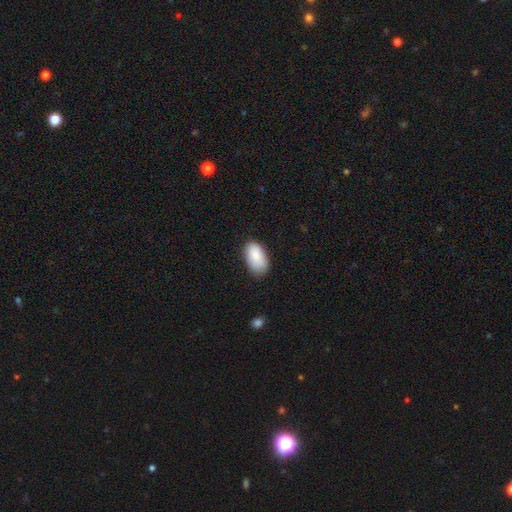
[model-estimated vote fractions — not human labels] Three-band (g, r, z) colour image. It shows a smooth galaxy with no disk features (86%) that is in between round and cigar-shaped (95%). Merging: none (72%).